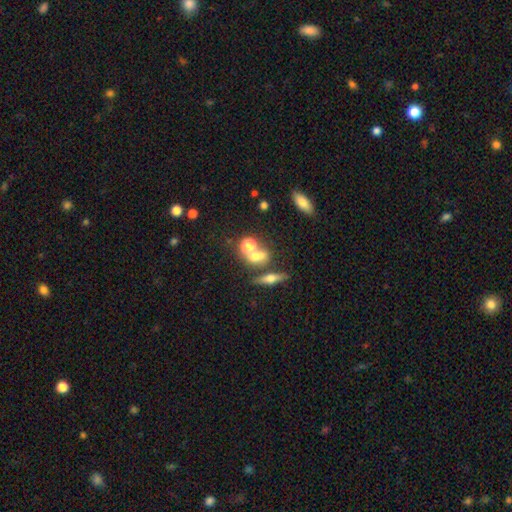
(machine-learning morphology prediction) smooth-or-featured: smooth: 59% | featured or disk: 21% | star or artifact: 20%
  how-rounded: round: 55% | in between: 37% | cigar-shaped: 8%
  merging: none: 45% | merger: 40% | minor disturbance: 9% | major disturbance: 5%